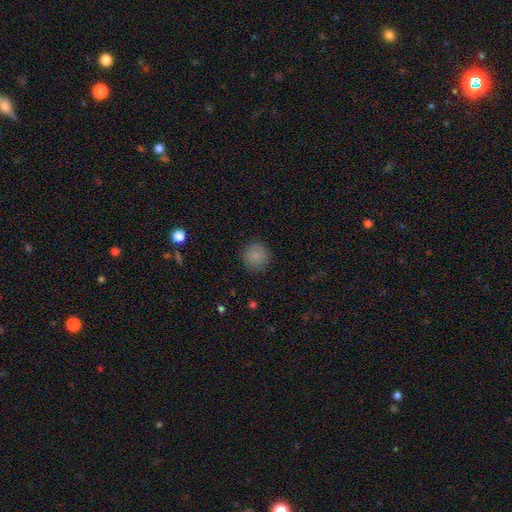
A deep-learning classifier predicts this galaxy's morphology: Smooth or featured: smooth — 85% (star or artifact — 9%)
How rounded: round — 94% (in between — 6%)
Merging: none — 87% (minor disturbance — 10%)